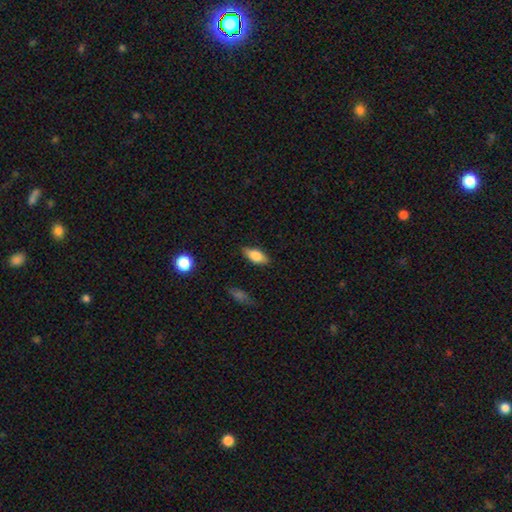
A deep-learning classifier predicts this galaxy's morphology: Smooth or featured?
  - smooth: 73% *
  - featured or disk: 20%
  - star or artifact: 8%
How rounded?
  - in between: 83% *
  - cigar-shaped: 14%
  - round: 4%
Merging?
  - none: 82% *
  - minor disturbance: 14%
  - major disturbance: 3%
  - merger: 2%